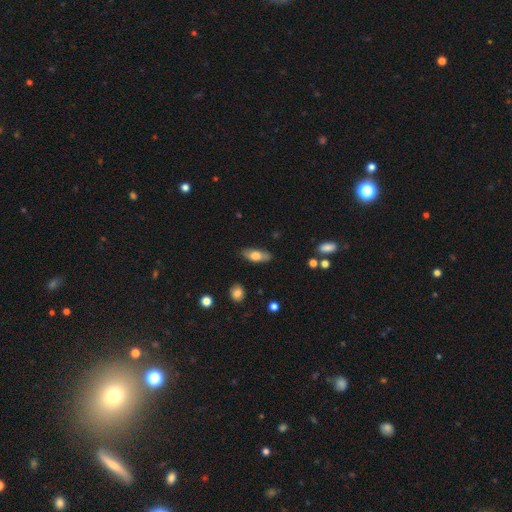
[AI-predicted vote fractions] This is likely a smooth galaxy (68%). How rounded: clearly in between (80%). Merging: clearly none (82%).